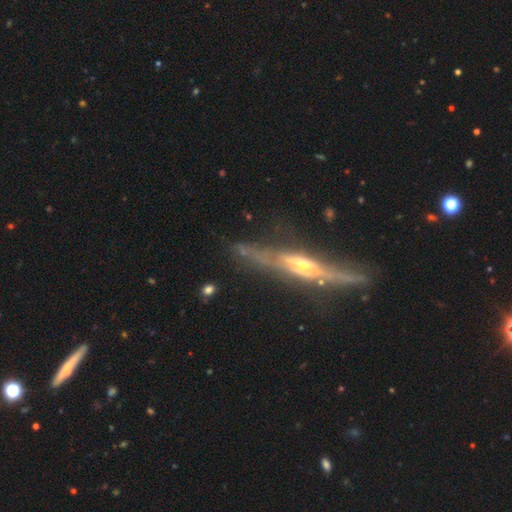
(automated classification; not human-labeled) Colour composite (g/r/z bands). It shows a featured or disk galaxy (83%) viewed edge-on (91%) with a rounded central bulge (77%). Merging: none (71%).